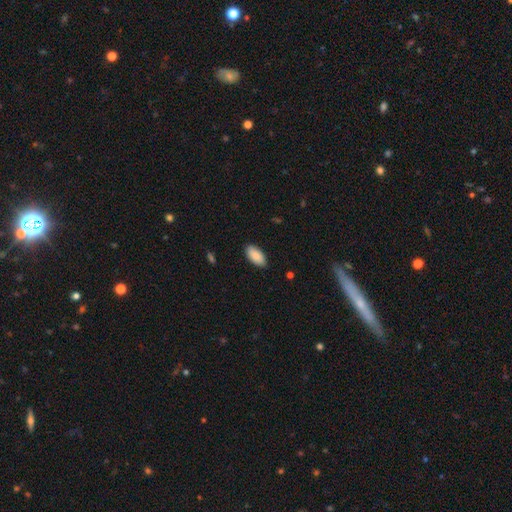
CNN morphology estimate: The model was most divided on "merging": none: 88%, minor disturbance: 9%, major disturbance: 2%, merger: 1%. More confident: how rounded — in between (93%); smooth or featured — smooth (90%).